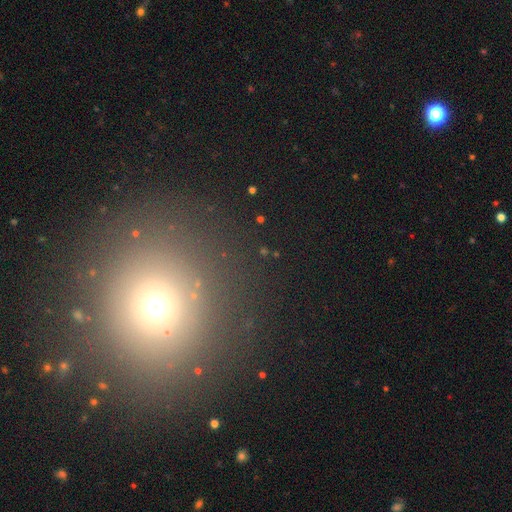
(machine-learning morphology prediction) This appears to be a smooth galaxy with no disk features (56%) that is round (89%). Merging: none (86%).